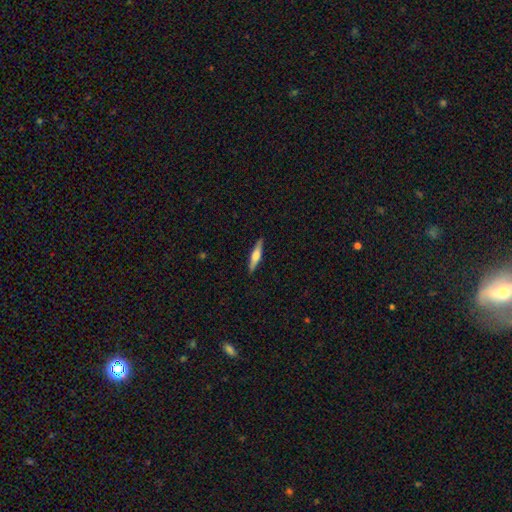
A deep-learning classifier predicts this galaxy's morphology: Smooth or featured? Predicted: featured or disk (p=0.53). Edge-on disk? Predicted: yes (p=0.96). Edge-on bulge? Predicted: rounded (p=0.78). Merging? Predicted: none (p=0.89).